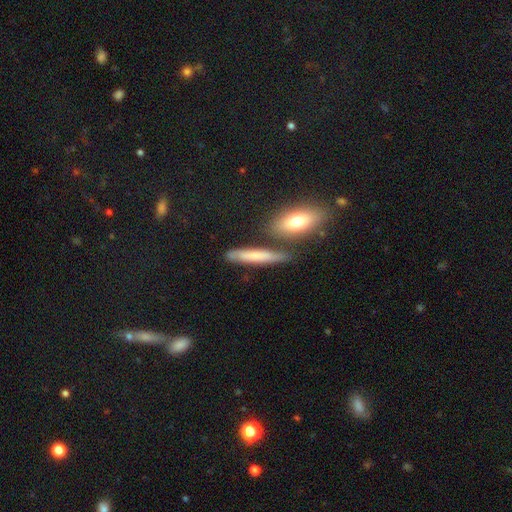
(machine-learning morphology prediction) Smooth or featured: smooth — 65% (featured or disk — 27%)
How rounded: cigar-shaped — 83% (in between — 14%)
Merging: none — 72% (minor disturbance — 14%)